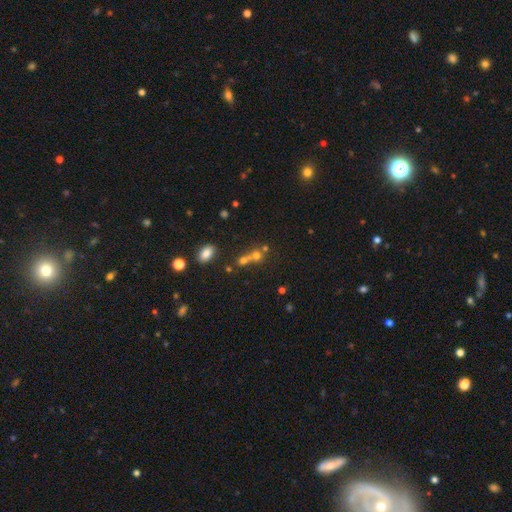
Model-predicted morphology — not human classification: Smooth or featured? smooth (60%)
How rounded? round (77%)
Merging? merger (51%)